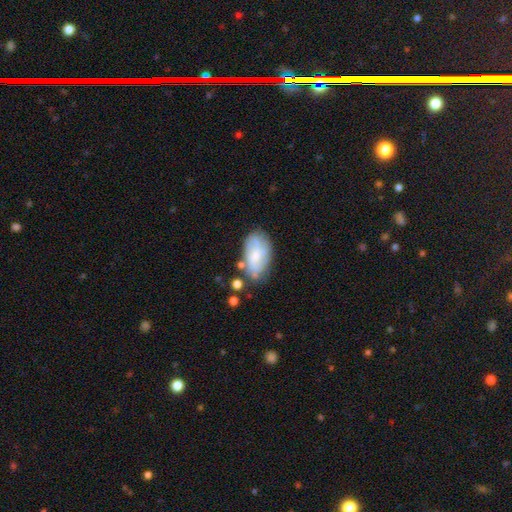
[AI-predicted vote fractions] smooth-or-featured: featured or disk: 47% | smooth: 45% | star or artifact: 8%
  merging: none: 58% | minor disturbance: 25% | major disturbance: 10% | merger: 7%